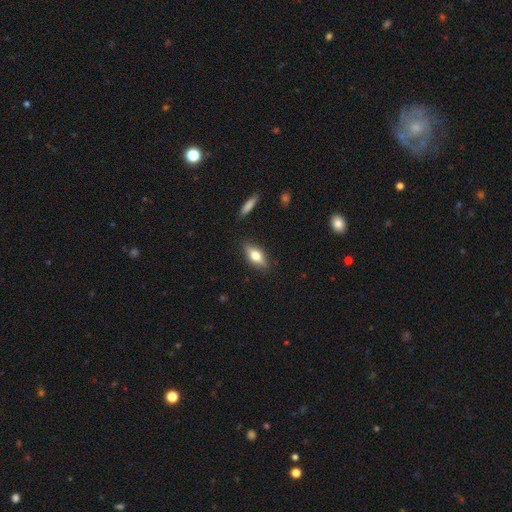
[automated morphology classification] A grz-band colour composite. It shows a smooth galaxy with no disk features (63%) that is in between round and cigar-shaped (73%). Merging: none (86%).